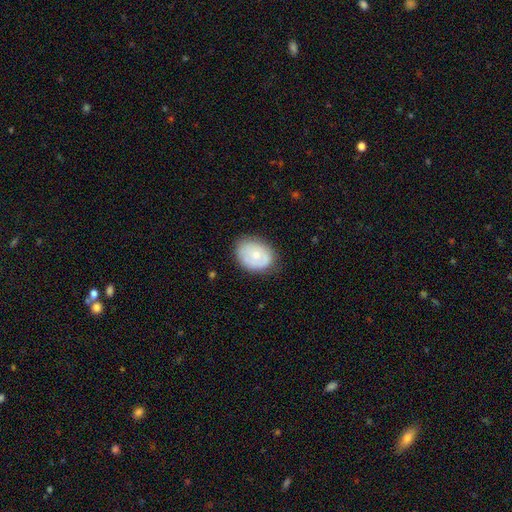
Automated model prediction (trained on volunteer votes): smooth-or-featured: smooth: 63% | featured or disk: 30% | star or artifact: 7%
  how-rounded: in between: 61% | round: 38% | cigar-shaped: 1%
  merging: none: 71% | minor disturbance: 21% | major disturbance: 6% | merger: 2%